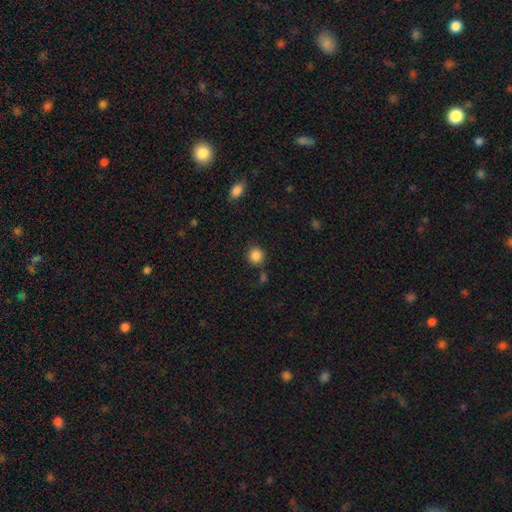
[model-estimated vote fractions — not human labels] Morphology: type=smooth (86%); roundness=round (91%); merging=none (83%).